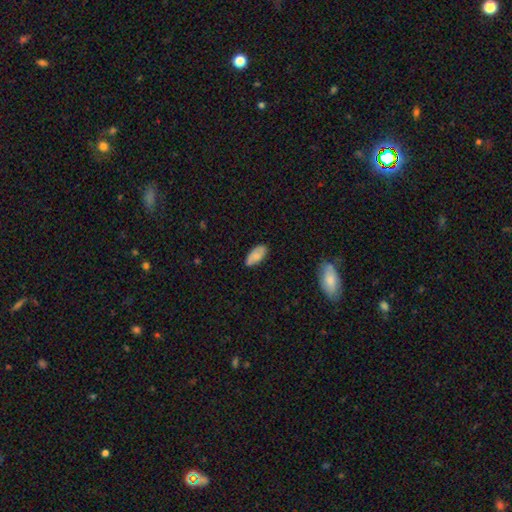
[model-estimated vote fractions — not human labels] The model was most divided on "merging": none: 79%, minor disturbance: 16%, major disturbance: 3%, merger: 1%. More confident: how rounded — in between (91%); smooth or featured — smooth (80%).